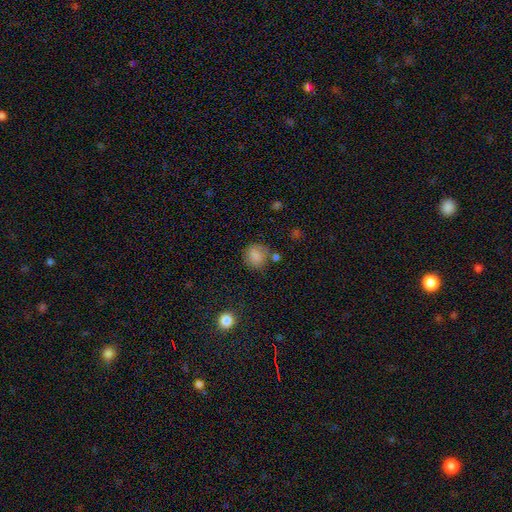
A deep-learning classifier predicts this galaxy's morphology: Q: Smooth or featured?
A: smooth (84%); runner-up: star or artifact (10%)
Q: How rounded?
A: round (86%); runner-up: in between (13%)
Q: Merging?
A: none (73%); runner-up: minor disturbance (15%)